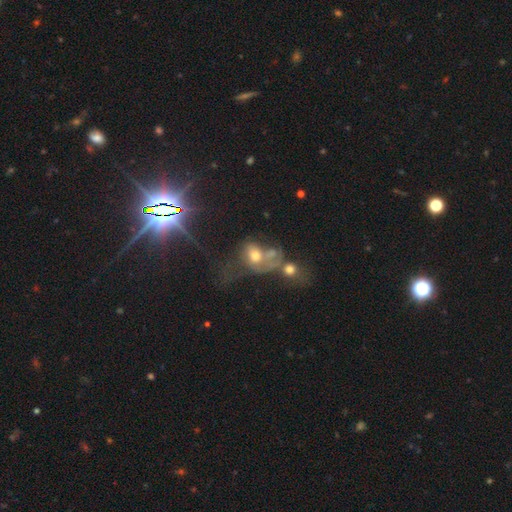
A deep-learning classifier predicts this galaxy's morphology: smooth-or-featured: smooth: 43% | featured or disk: 33% | star or artifact: 24%
  merging: merger: 51% | major disturbance: 23% | none: 15% | minor disturbance: 10%